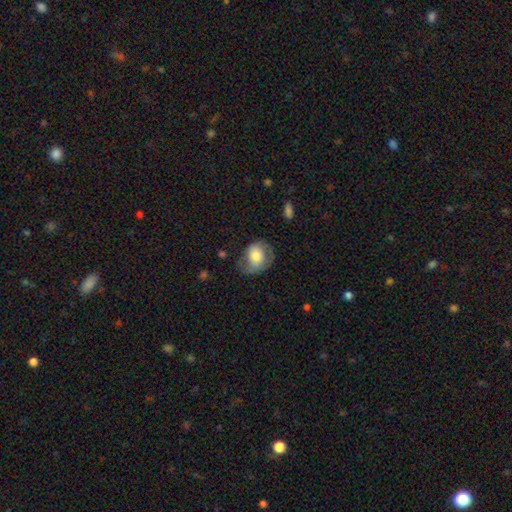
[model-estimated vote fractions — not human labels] A smooth galaxy with no disk features (55%) that is round (50%).

Vote fractions:
- Smooth or featured? smooth: 55% / featured or disk: 38% / star or artifact: 7%
- How rounded? round: 50% / in between: 49% / cigar-shaped: 1%
- Merging? none: 50% / minor disturbance: 29% / major disturbance: 19% / merger: 2%